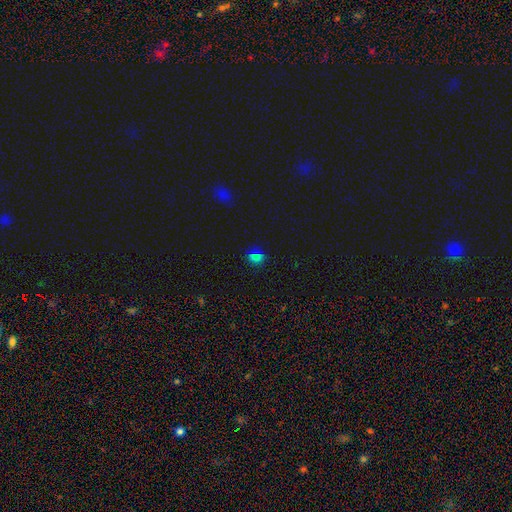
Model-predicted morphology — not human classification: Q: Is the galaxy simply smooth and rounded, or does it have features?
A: smooth — 66%.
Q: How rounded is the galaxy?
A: in between — 49%.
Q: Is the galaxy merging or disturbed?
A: none — 85%.